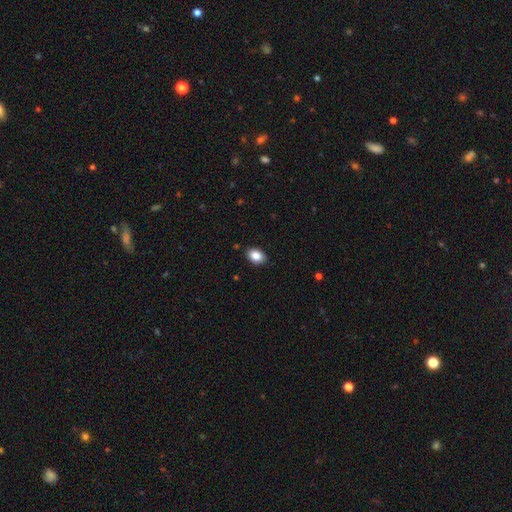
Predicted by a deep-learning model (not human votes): Smooth or featured? Predicted: smooth (p=0.87). How rounded? Predicted: in between (p=0.82). Merging? Predicted: none (p=0.88).